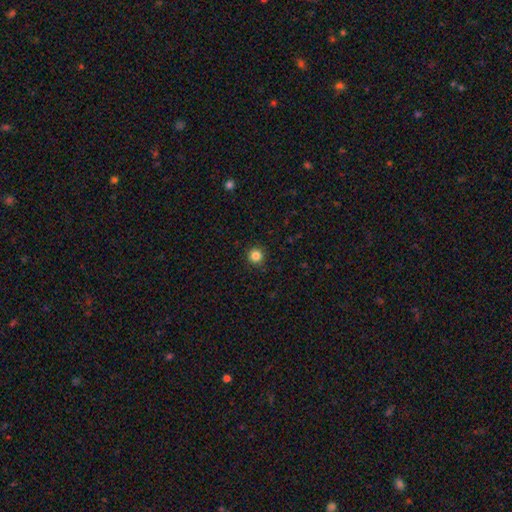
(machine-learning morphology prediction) smooth-or-featured: smooth: 85% | star or artifact: 12% | featured or disk: 4%
  how-rounded: round: 95% | in between: 4% | cigar-shaped: 1%
  merging: none: 92% | minor disturbance: 5% | major disturbance: 2% | merger: 1%